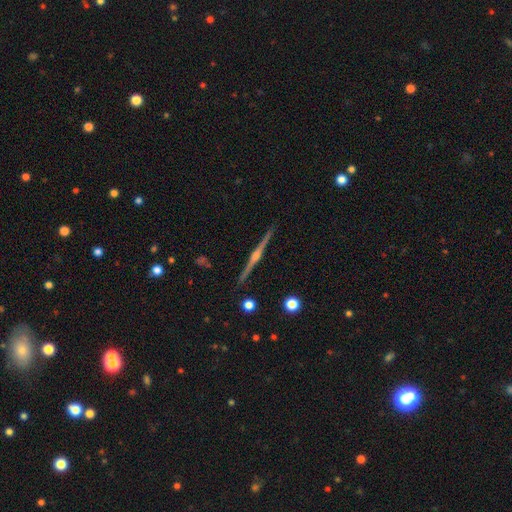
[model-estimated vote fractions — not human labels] Smooth or featured?
  - featured or disk: 89% *
  - smooth: 6%
  - star or artifact: 5%
Edge-on disk?
  - yes: 99% *
  - no: 1%
Edge-on bulge?
  - rounded: 90% *
  - boxy: 6%
  - none: 5%
Merging?
  - none: 93% *
  - minor disturbance: 5%
  - merger: 1%
  - major disturbance: 1%